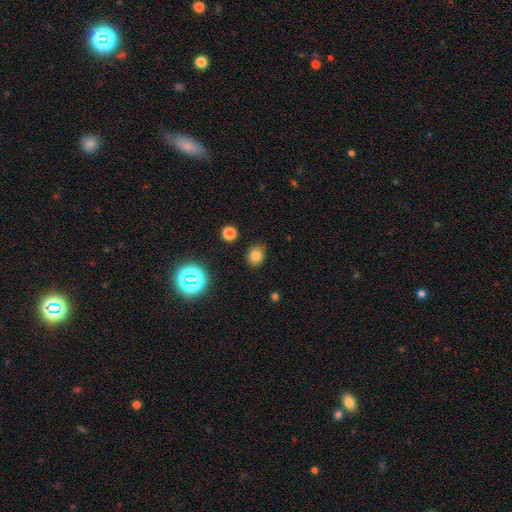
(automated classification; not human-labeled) smooth 77%, star or artifact 15%, featured or disk 8%. Down the decision tree: how rounded — round (52%); merging — none (80%).